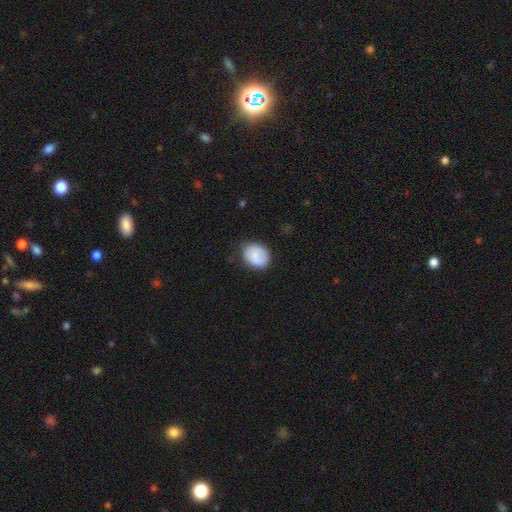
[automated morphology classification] Q: Smooth or featured?
A: smooth (81%); runner-up: featured or disk (12%)
Q: How rounded?
A: round (51%); runner-up: in between (48%)
Q: Merging?
A: none (71%); runner-up: minor disturbance (22%)